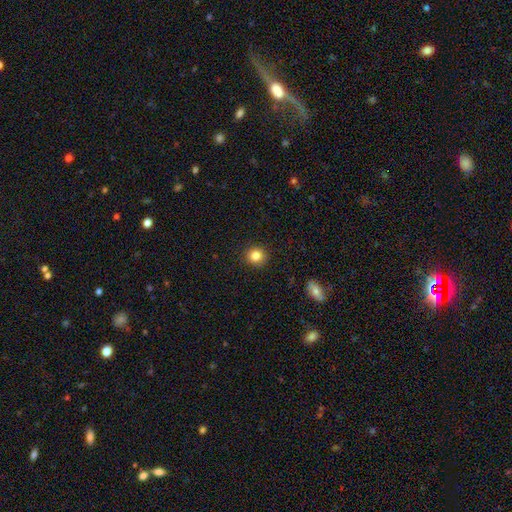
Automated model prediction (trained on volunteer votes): smooth_or_featured: smooth (p=0.83) [alt: star or artifact p=0.11]
how_rounded: round (p=0.91) [alt: in between p=0.08]
merging: none (p=0.91) [alt: minor disturbance p=0.06]